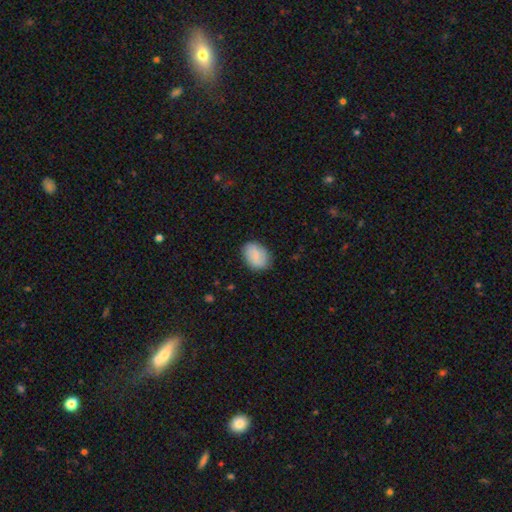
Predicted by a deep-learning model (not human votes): The model was most divided on "smooth or featured": smooth: 70%, featured or disk: 23%, star or artifact: 7%. More confident: merging — none (81%); how rounded — in between (76%).